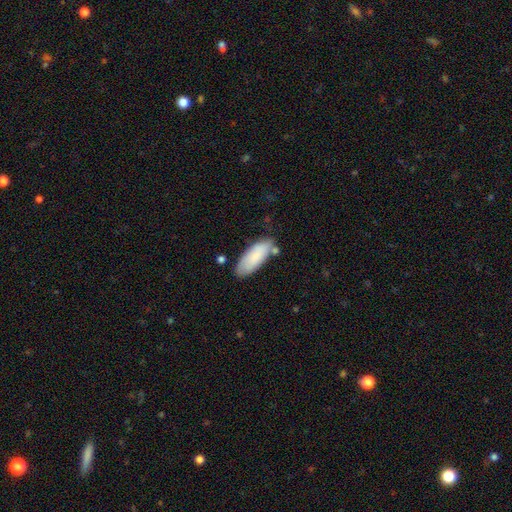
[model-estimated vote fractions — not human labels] Smooth or featured? smooth (84%)
How rounded? in between (74%)
Merging? none (70%)